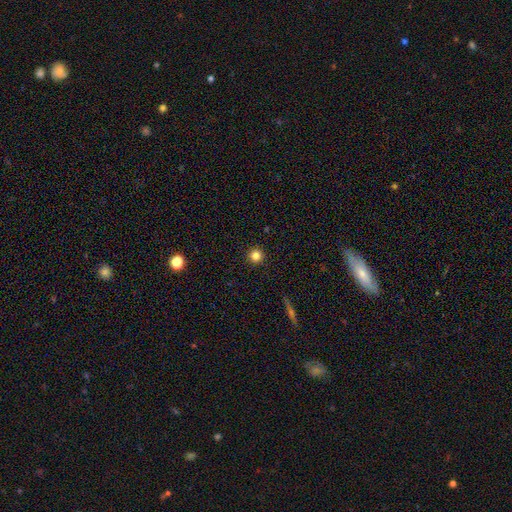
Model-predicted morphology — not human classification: Q: Smooth or featured?
A: smooth (82%); runner-up: star or artifact (13%)
Q: How rounded?
A: round (96%); runner-up: in between (3%)
Q: Merging?
A: none (93%); runner-up: minor disturbance (4%)